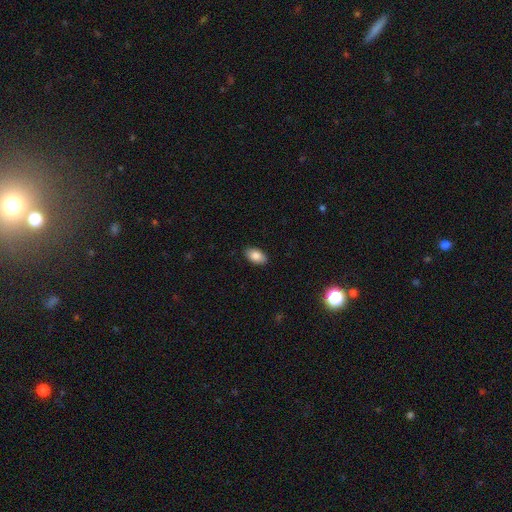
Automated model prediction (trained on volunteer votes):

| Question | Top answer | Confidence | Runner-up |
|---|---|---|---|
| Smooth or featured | smooth | 86% | star or artifact (7%) |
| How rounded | in between | 93% | round (5%) |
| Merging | none | 89% | minor disturbance (8%) |